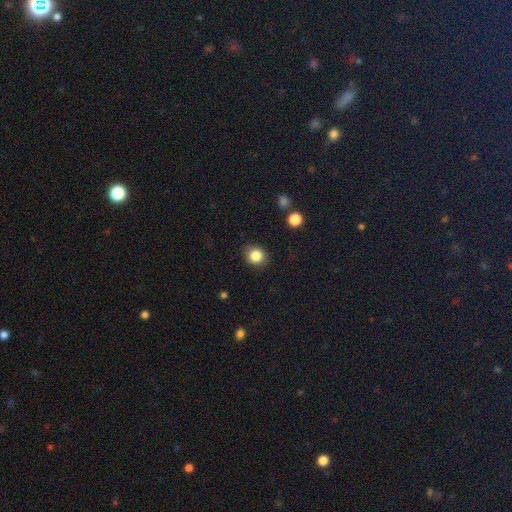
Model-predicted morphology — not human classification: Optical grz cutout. It shows a smooth galaxy with no disk features (85%) that is round (78%). Merging: none (84%).